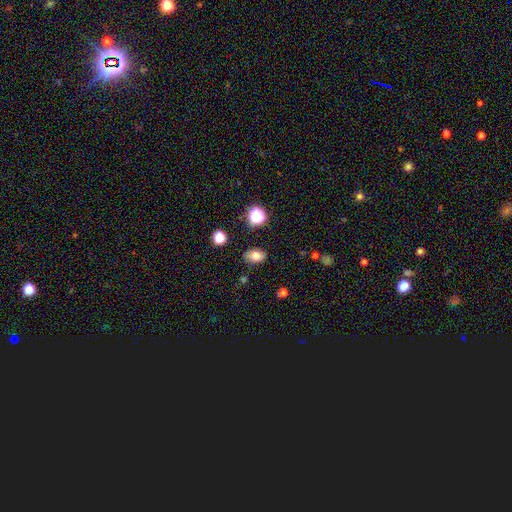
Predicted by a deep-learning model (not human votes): A smooth galaxy with no disk features (79%) that is in between round and cigar-shaped (83%).

Vote fractions:
- Smooth or featured? smooth: 79% / star or artifact: 12% / featured or disk: 8%
- How rounded? in between: 83% / round: 16% / cigar-shaped: 1%
- Merging? none: 81% / minor disturbance: 14% / major disturbance: 3% / merger: 2%